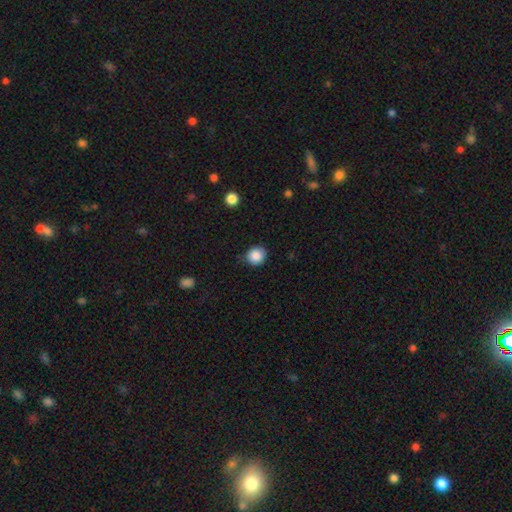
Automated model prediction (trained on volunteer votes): smooth-or-featured: smooth: 87% | star or artifact: 9% | featured or disk: 4%
  how-rounded: round: 88% | in between: 11% | cigar-shaped: 1%
  merging: none: 80% | minor disturbance: 16% | major disturbance: 3% | merger: 1%